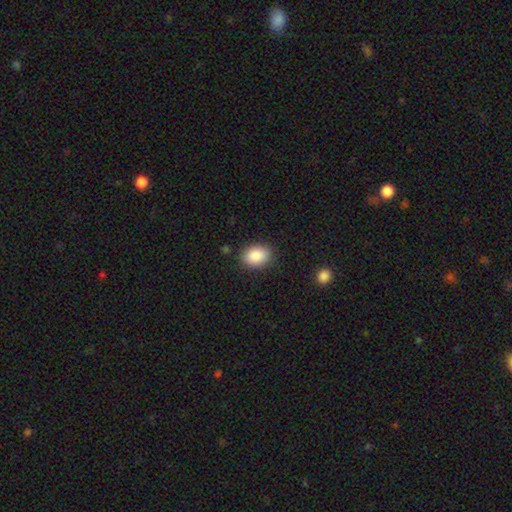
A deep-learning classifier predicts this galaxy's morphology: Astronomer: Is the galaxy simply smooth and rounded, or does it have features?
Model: smooth — 88%.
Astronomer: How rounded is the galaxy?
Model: in between — 71%.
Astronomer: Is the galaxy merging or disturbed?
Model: none — 86%.